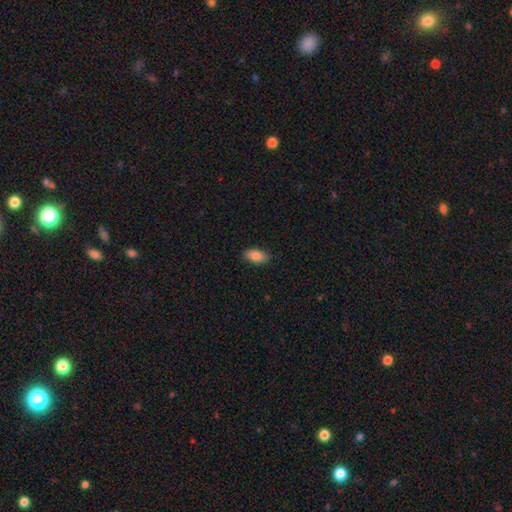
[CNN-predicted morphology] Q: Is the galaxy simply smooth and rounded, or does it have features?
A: smooth — 87%.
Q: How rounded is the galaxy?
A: in between — 92%.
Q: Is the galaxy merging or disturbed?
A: none — 87%.